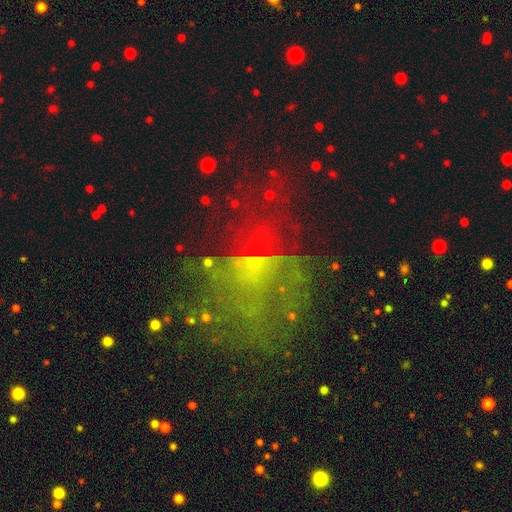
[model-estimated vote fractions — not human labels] Smooth or featured?
  - featured or disk: 41% *
  - star or artifact: 33%
  - smooth: 26%
Merging?
  - none: 45% *
  - major disturbance: 33%
  - minor disturbance: 17%
  - merger: 5%